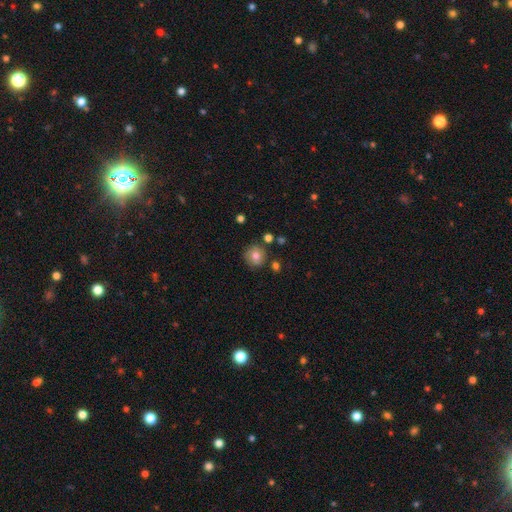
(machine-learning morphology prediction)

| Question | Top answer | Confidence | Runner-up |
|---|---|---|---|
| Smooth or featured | smooth | 77% | featured or disk (12%) |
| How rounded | round | 91% | in between (8%) |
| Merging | none | 82% | minor disturbance (11%) |